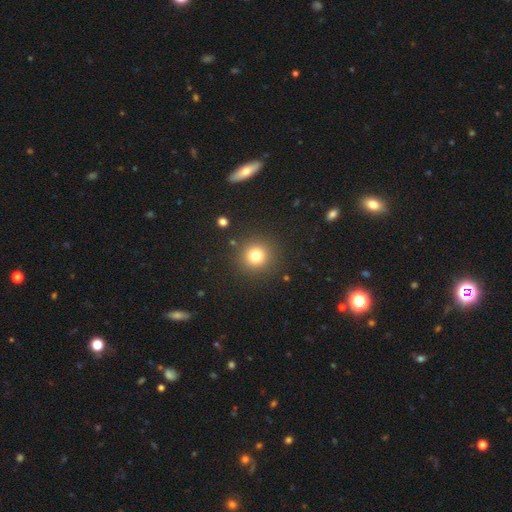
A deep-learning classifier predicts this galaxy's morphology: This appears to be a smooth galaxy with no disk features (78%) that is round (94%). Merging: none (90%).